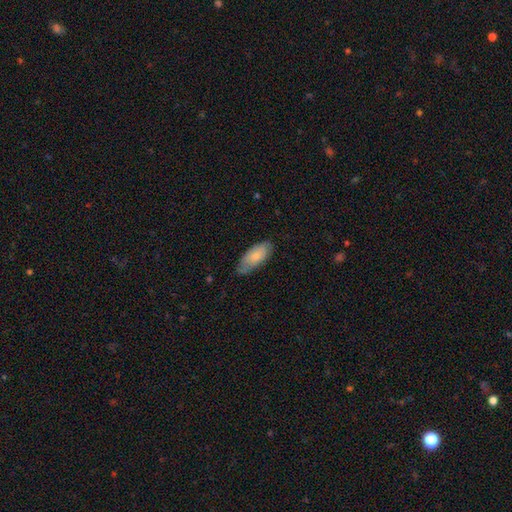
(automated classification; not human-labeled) The model was most divided on "merging": none: 65%, minor disturbance: 29%, major disturbance: 5%, merger: 1%. More confident: how rounded — in between (87%); smooth or featured — smooth (72%).